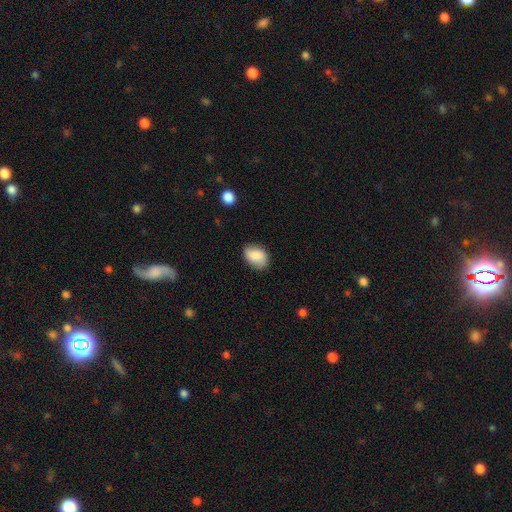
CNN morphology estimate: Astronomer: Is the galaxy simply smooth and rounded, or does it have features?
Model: smooth — 83%.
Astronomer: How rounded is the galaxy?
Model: in between — 80%.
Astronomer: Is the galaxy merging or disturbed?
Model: none — 78%.